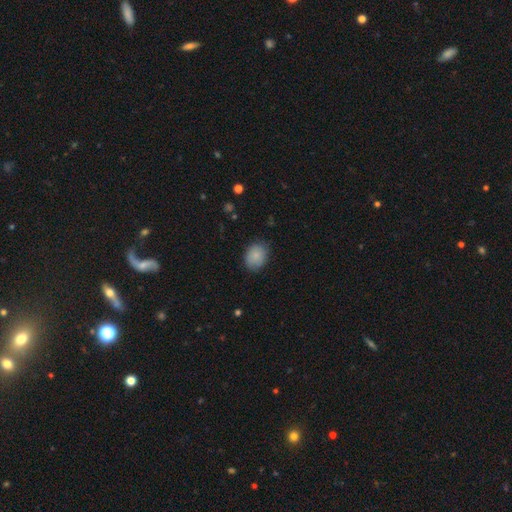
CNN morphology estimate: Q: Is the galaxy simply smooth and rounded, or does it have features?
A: smooth — 87%.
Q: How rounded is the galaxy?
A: in between — 59%.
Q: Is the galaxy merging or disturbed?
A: none — 80%.